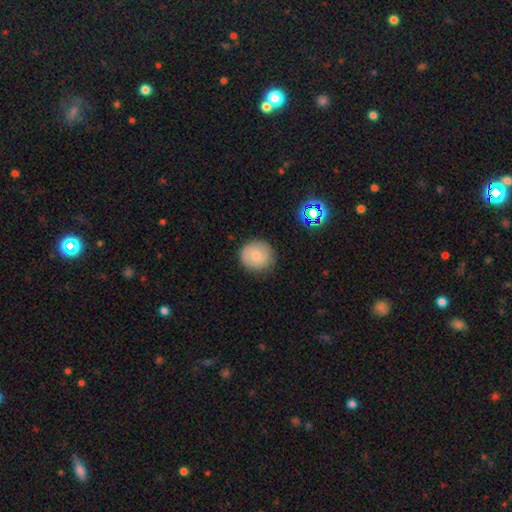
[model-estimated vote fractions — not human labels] This is likely a smooth galaxy (77%). How rounded: clearly round (91%). Merging: clearly none (84%).